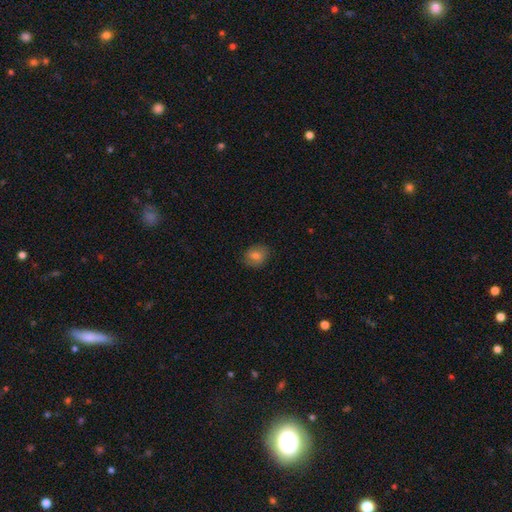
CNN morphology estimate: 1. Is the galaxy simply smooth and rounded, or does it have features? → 73% smooth, 17% featured or disk, 10% star or artifact.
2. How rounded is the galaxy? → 57% round, 42% in between, 1% cigar-shaped.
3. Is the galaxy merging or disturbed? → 81% none, 15% minor disturbance, 4% major disturbance, 1% merger.